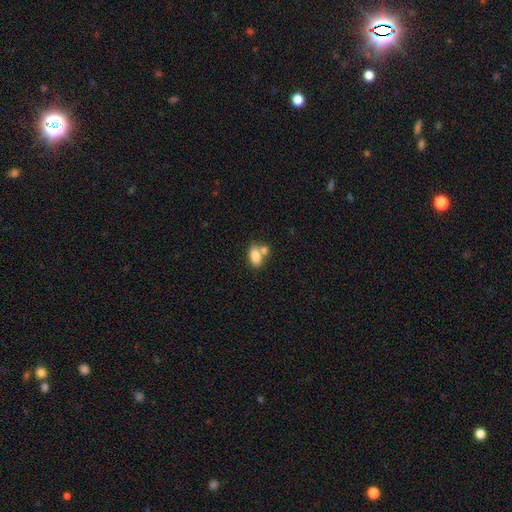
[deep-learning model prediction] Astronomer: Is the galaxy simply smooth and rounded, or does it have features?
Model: smooth — 81%.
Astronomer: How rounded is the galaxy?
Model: in between — 88%.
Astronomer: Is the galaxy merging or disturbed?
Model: none — 43% (runner-up: merger, 41%).